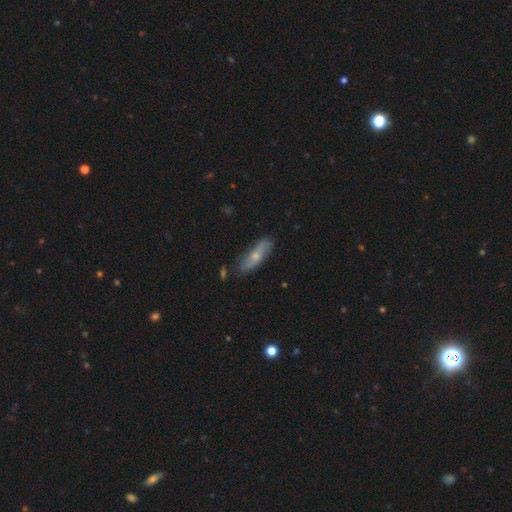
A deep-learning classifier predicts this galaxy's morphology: A smooth galaxy with no disk features (55%) that is cigar-shaped (57%).

Vote fractions:
- Smooth or featured? smooth: 55% / featured or disk: 38% / star or artifact: 7%
- How rounded? cigar-shaped: 57% / in between: 40% / round: 3%
- Merging? none: 77% / minor disturbance: 18% / major disturbance: 3% / merger: 3%